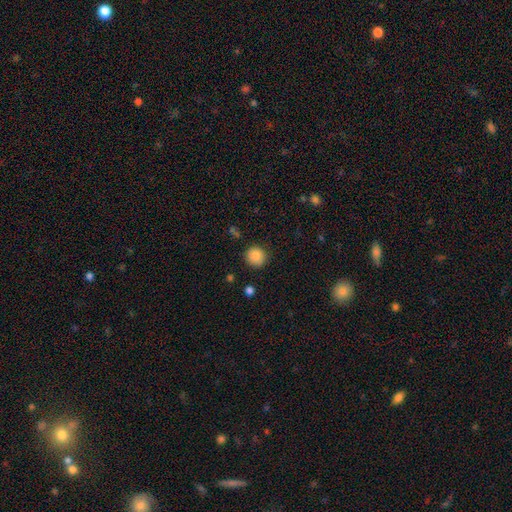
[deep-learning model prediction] A smooth galaxy with no disk features (85%) that is round (92%).

Vote fractions:
- Smooth or featured? smooth: 85% / star or artifact: 9% / featured or disk: 6%
- How rounded? round: 92% / in between: 7% / cigar-shaped: 1%
- Merging? none: 88% / minor disturbance: 8% / major disturbance: 2% / merger: 1%